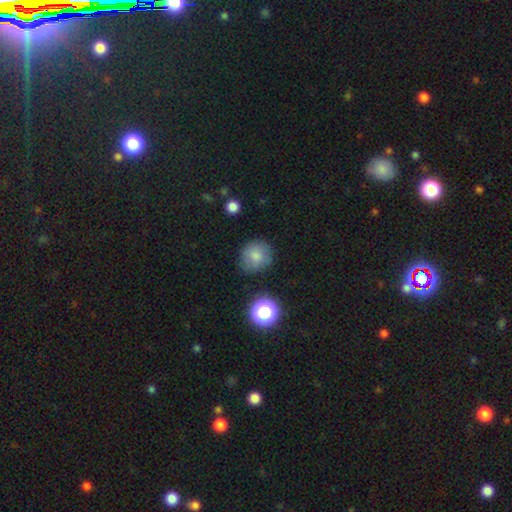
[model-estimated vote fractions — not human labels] smooth-or-featured: smooth: 77% | featured or disk: 12% | star or artifact: 11%
  how-rounded: round: 83% | in between: 16% | cigar-shaped: 1%
  merging: none: 74% | minor disturbance: 18% | major disturbance: 5% | merger: 2%